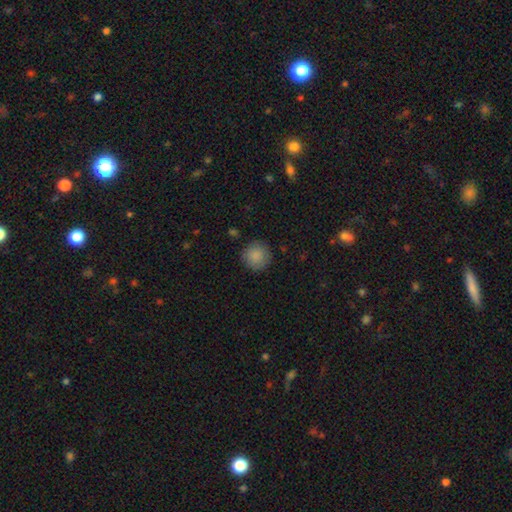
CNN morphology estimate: Overall: smooth (87%). How rounded: round (94%). Merging: none (87%).